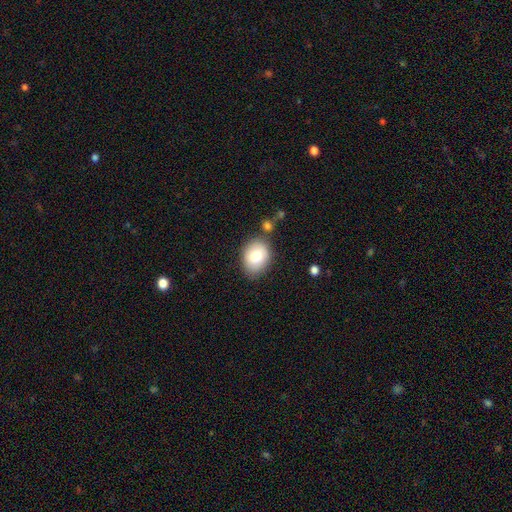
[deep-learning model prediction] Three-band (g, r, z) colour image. It shows a smooth galaxy with no disk features (79%) that is in between round and cigar-shaped (66%). Merging: none (75%).